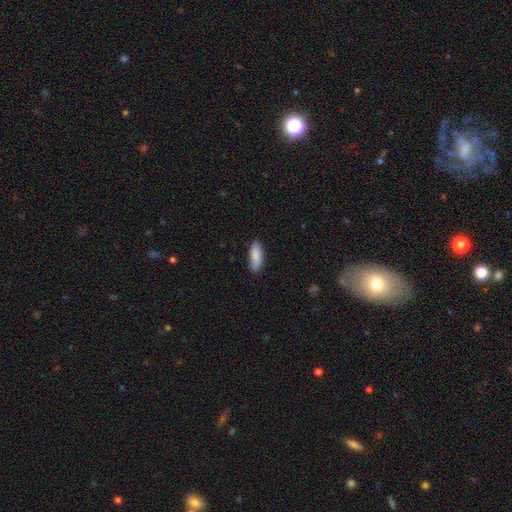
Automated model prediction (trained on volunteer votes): Q: Smooth or featured?
A: smooth (87%); runner-up: featured or disk (8%)
Q: How rounded?
A: in between (71%); runner-up: cigar-shaped (27%)
Q: Merging?
A: none (85%); runner-up: minor disturbance (12%)